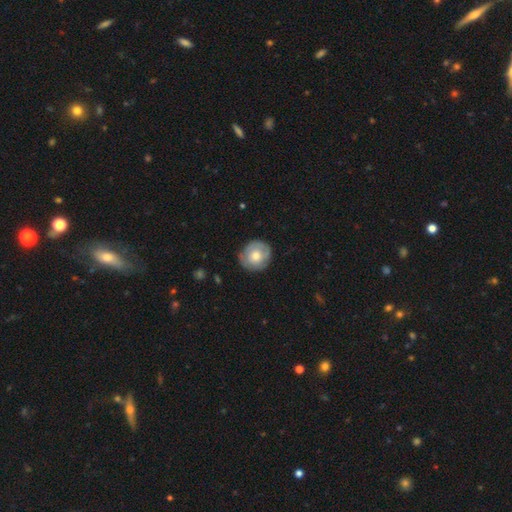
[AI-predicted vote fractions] The model was most divided on "smooth or featured": smooth: 51%, featured or disk: 43%, star or artifact: 6%. More confident: how rounded — round (88%); merging — none (79%).